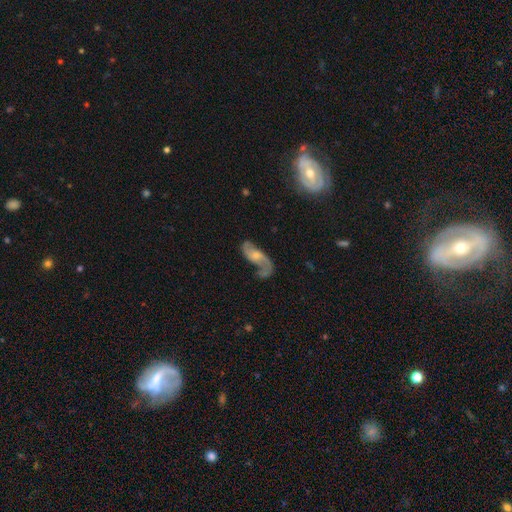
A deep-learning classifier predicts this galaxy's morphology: featured or disk 72%, smooth 22%, star or artifact 7%. Down the decision tree: edge-on disk — no (93%); bar — no (58%); spiral arms — yes (89%); spiral arm count — 2 (76%); spiral winding — loose (66%); bulge size — small (43%); merging — none (44%).